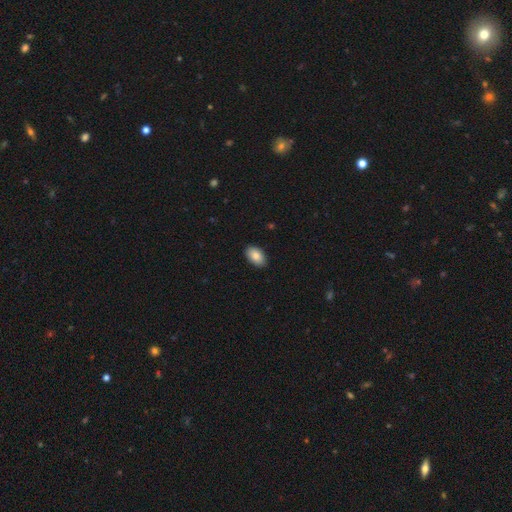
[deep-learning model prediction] Smooth or featured: smooth — 86% (featured or disk — 7%)
How rounded: in between — 93% (round — 5%)
Merging: none — 90% (minor disturbance — 8%)